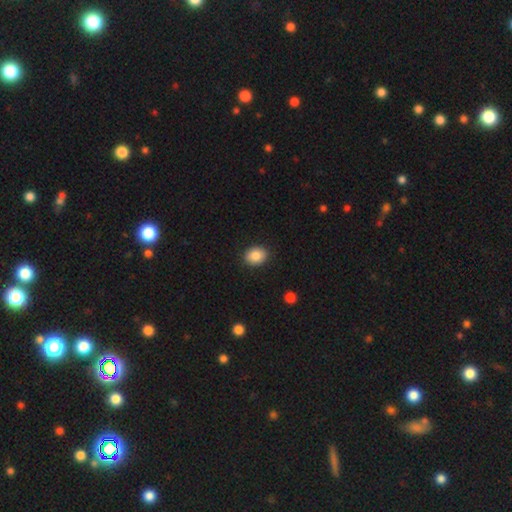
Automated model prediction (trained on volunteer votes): Morphology: type=smooth (86%); roundness=in between (52%); merging=none (90%).